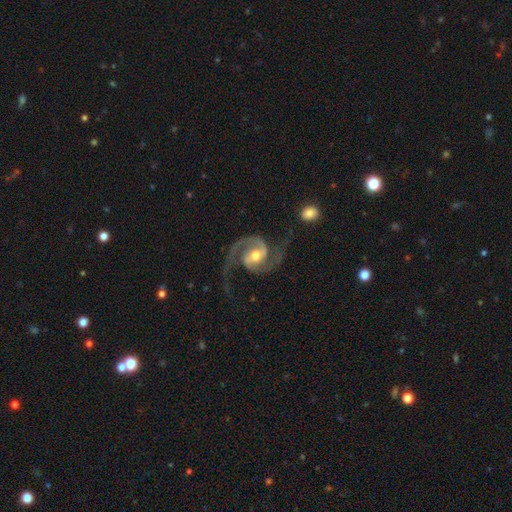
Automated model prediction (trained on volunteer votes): Overall: featured or disk (93%). Edge-on disk: no (98%). Bar: weak (41%; no 39%). Spiral arms: yes (98%). Spiral arm count: 2 (93%). Spiral winding: medium (57%; loose 29%). Bulge size: moderate (75%). Merging: none (70%).